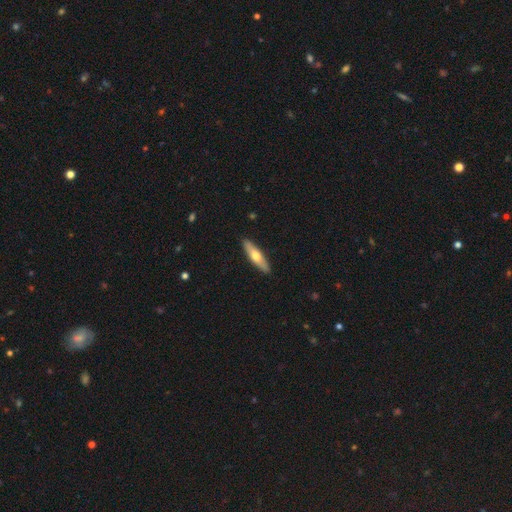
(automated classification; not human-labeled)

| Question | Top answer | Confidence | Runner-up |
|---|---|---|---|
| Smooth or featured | smooth | 53% | featured or disk (41%) |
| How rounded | cigar-shaped | 70% | in between (28%) |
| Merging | none | 90% | minor disturbance (7%) |